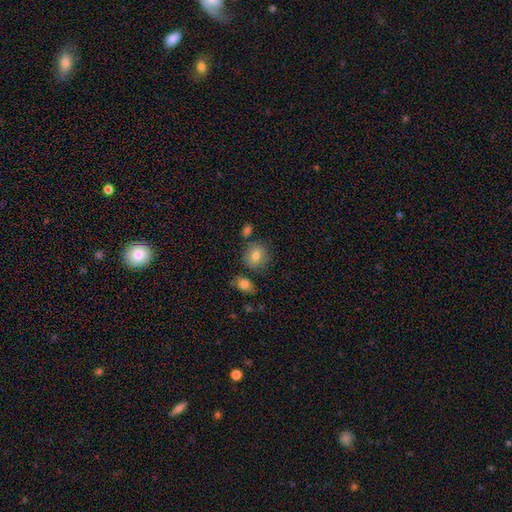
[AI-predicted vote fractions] The model was most divided on "merging": none: 74%, minor disturbance: 14%, merger: 8%, major disturbance: 4%. More confident: how rounded — round (80%); smooth or featured — smooth (77%).